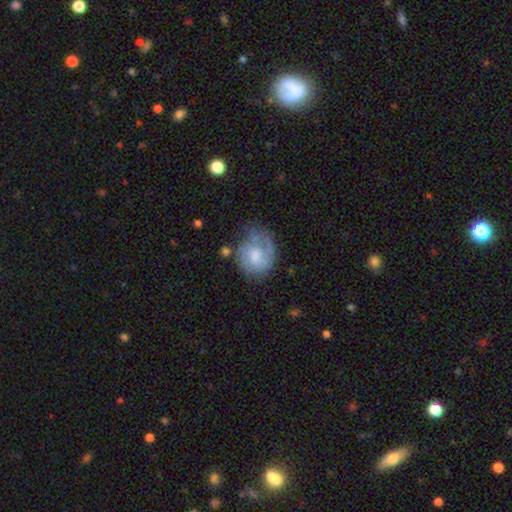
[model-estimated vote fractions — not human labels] The model was most divided on "bar": no: 47%, weak: 46%, strong: 7%. Remaining: edge-on disk — no (98%); spiral arms — yes (83%); smooth or featured — featured or disk (62%); merging — none (49%); spiral arm count — 2 (47%); bulge size — moderate (46%); spiral winding — medium (43%).